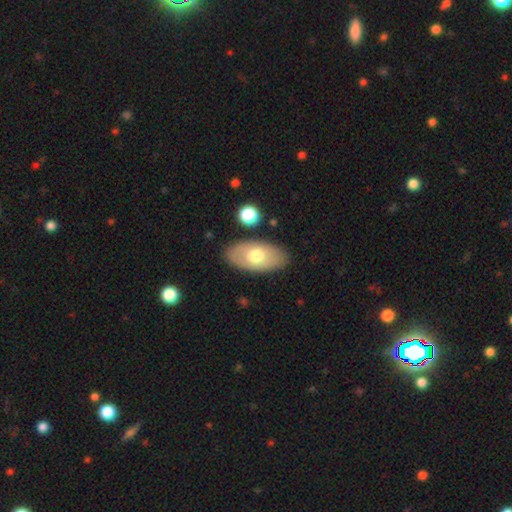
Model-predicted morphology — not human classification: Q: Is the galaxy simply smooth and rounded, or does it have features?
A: smooth — 65%.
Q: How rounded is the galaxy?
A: in between — 93%.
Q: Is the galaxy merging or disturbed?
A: none — 83%.